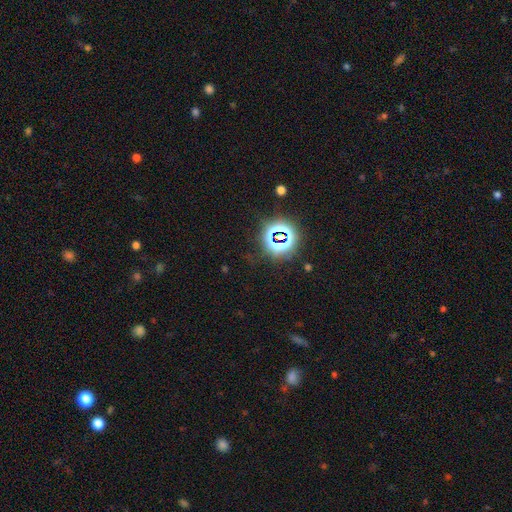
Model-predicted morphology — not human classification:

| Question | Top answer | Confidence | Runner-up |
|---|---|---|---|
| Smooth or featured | star or artifact | 78% | smooth (14%) |